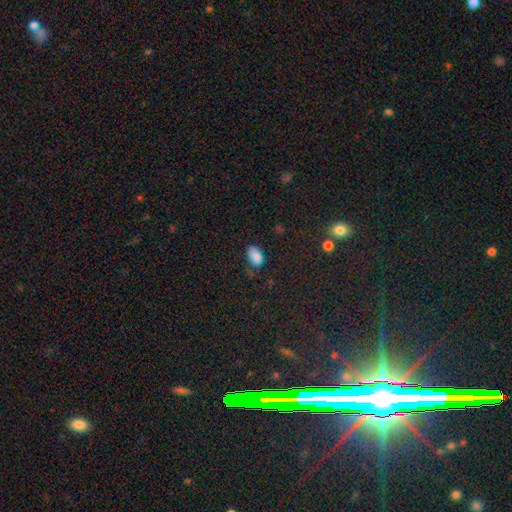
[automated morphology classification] smooth_or_featured: smooth (p=0.82) [alt: star or artifact p=0.11]
how_rounded: in between (p=0.91) [alt: round p=0.08]
merging: none (p=0.66) [alt: minor disturbance p=0.25]